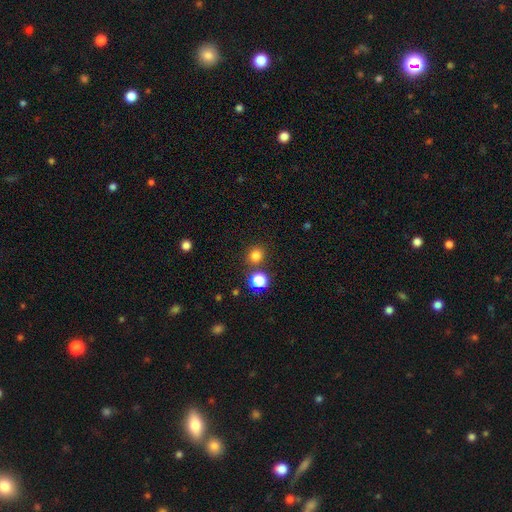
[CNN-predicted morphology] Q: Smooth or featured?
A: smooth (80%); runner-up: star or artifact (16%)
Q: How rounded?
A: round (86%); runner-up: in between (13%)
Q: Merging?
A: none (80%); runner-up: merger (10%)